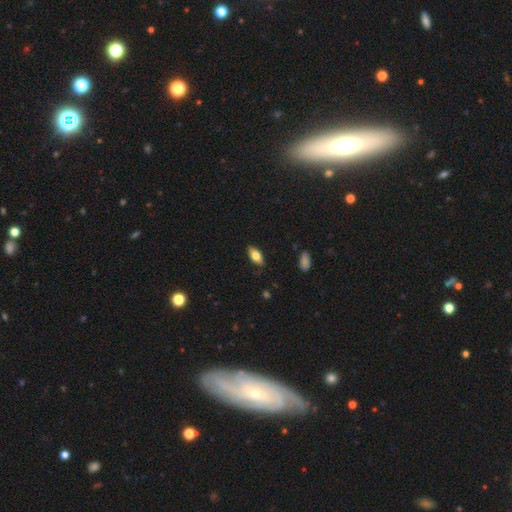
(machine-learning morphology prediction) Smooth or featured? Predicted: smooth (p=0.69). How rounded? Predicted: in between (p=0.84). Merging? Predicted: none (p=0.84).